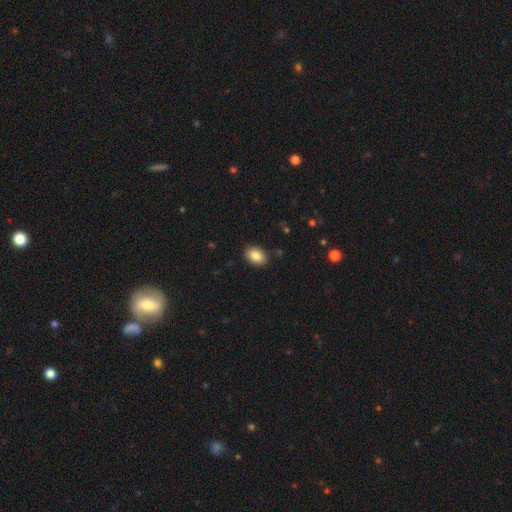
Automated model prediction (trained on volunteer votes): Smooth or featured? smooth (86%)
How rounded? in between (82%)
Merging? none (88%)